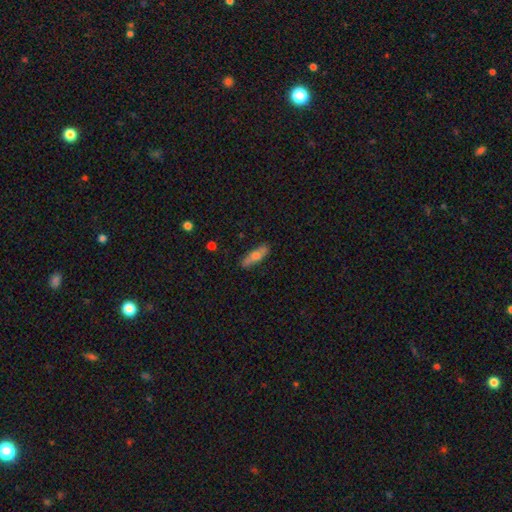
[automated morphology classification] smooth_or_featured: smooth (p=0.60) [alt: featured or disk p=0.34]
how_rounded: cigar-shaped (p=0.59) [alt: in between p=0.38]
merging: none (p=0.87) [alt: minor disturbance p=0.10]